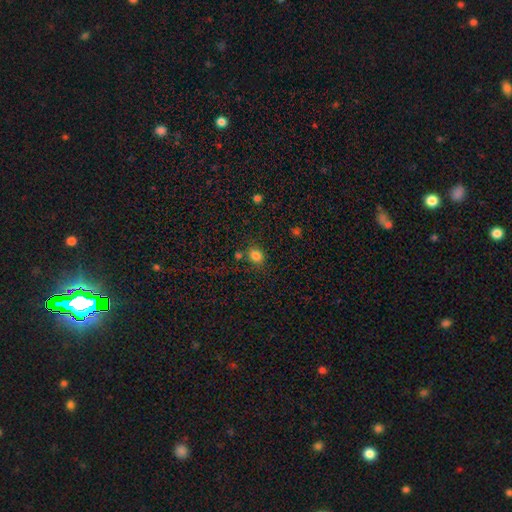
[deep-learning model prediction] smooth-or-featured: smooth: 81% | star or artifact: 13% | featured or disk: 6%
  how-rounded: round: 63% | in between: 36% | cigar-shaped: 1%
  merging: none: 73% | minor disturbance: 12% | merger: 10% | major disturbance: 5%